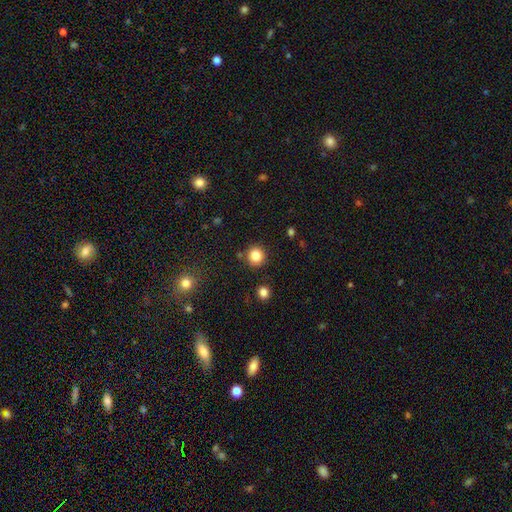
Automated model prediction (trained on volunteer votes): smooth 84%, star or artifact 11%, featured or disk 5%. Down the decision tree: how rounded — round (92%); merging — none (87%).